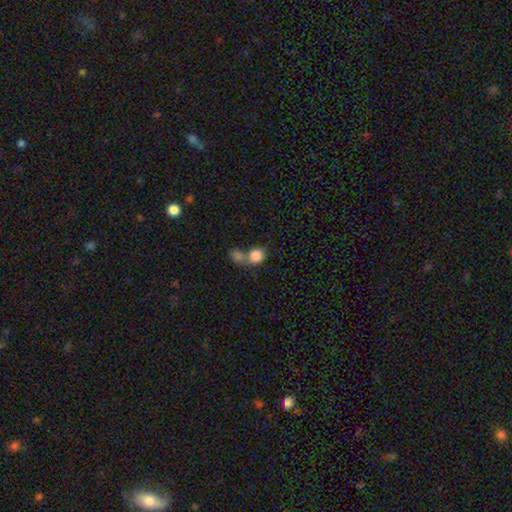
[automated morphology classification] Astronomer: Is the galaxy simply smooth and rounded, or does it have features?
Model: smooth — 83%.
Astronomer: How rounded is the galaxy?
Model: round — 78%.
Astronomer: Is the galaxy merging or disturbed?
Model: merger — 51% (runner-up: none, 36%).